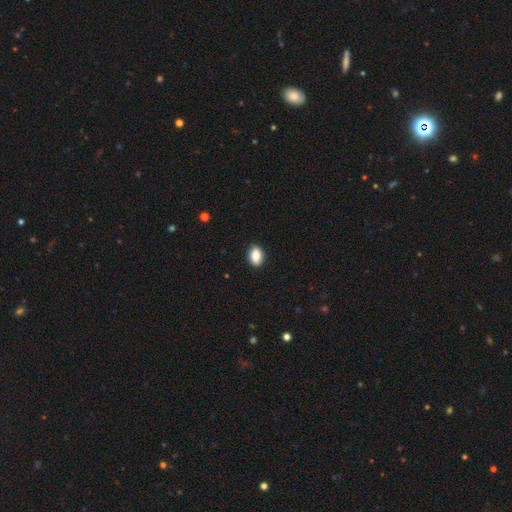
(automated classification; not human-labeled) A smooth galaxy with no disk features (88%) that is in between round and cigar-shaped (82%). Merging: none (89%).